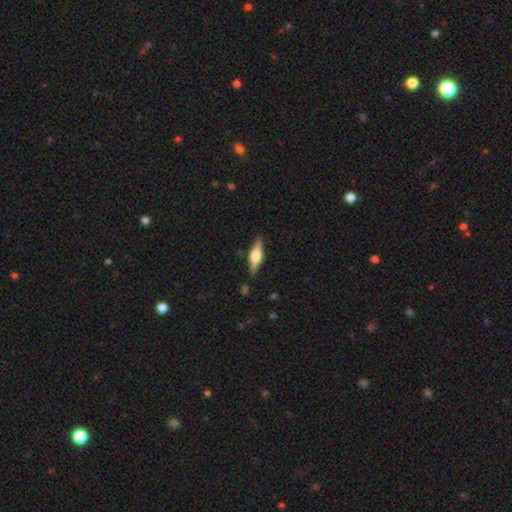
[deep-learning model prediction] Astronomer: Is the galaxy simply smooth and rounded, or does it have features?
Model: featured or disk — 61%.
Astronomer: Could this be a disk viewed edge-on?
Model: yes — 96%.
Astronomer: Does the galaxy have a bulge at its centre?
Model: rounded — 90%.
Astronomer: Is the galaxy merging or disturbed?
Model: none — 86%.